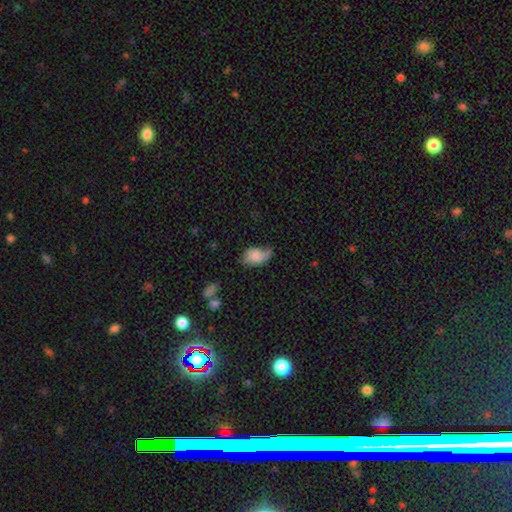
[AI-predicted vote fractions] Smooth or featured?
  - smooth: 62% *
  - featured or disk: 30%
  - star or artifact: 9%
How rounded?
  - in between: 86% *
  - round: 13%
  - cigar-shaped: 2%
Merging?
  - none: 38% *
  - minor disturbance: 36%
  - major disturbance: 23%
  - merger: 3%